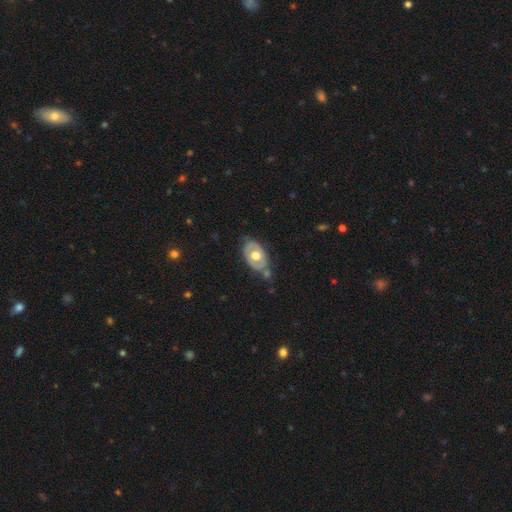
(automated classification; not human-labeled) This is possibly a featured or disk galaxy (53%). It is clearly not viewed edge-on (91%). Merging: possibly none (56%).